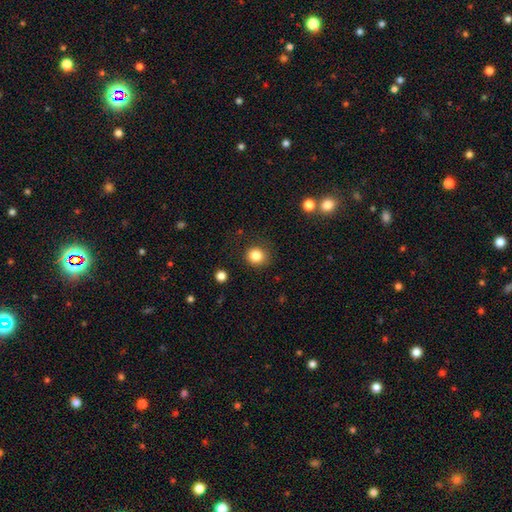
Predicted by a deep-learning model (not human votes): Morphology: type=smooth (84%); roundness=round (87%); merging=none (86%).